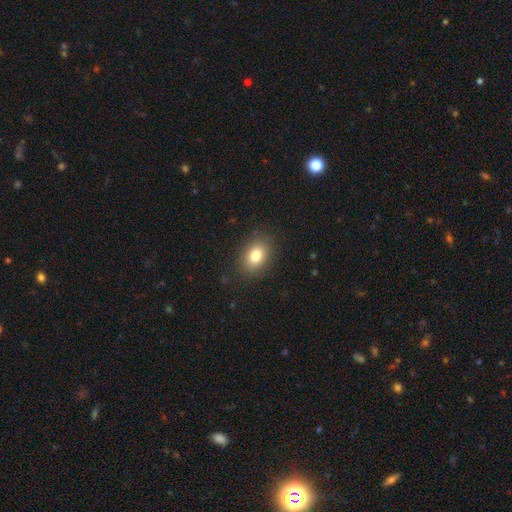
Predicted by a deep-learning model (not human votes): This is clearly a smooth galaxy (81%). How rounded: likely in between (73%). Merging: clearly none (86%).